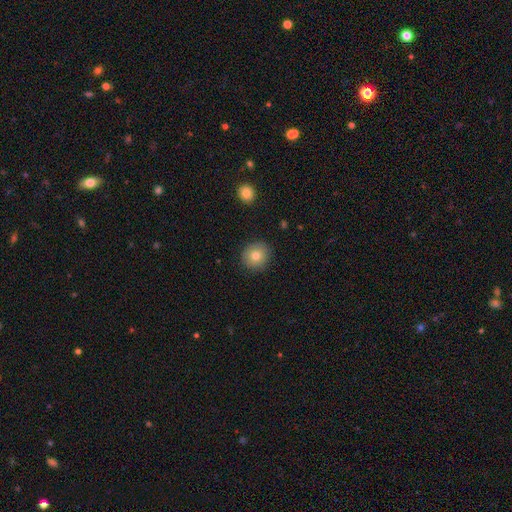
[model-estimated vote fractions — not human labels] Morphology: type=smooth (78%); roundness=round (91%); merging=none (90%).